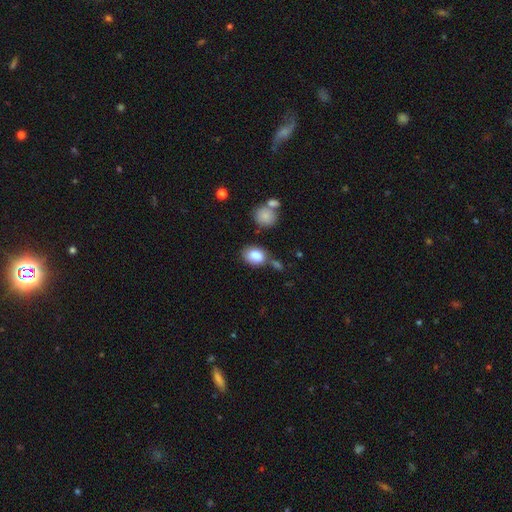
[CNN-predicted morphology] Smooth or featured? Predicted: smooth (p=0.83). How rounded? Predicted: in between (p=0.72). Merging? Predicted: none (p=0.59).